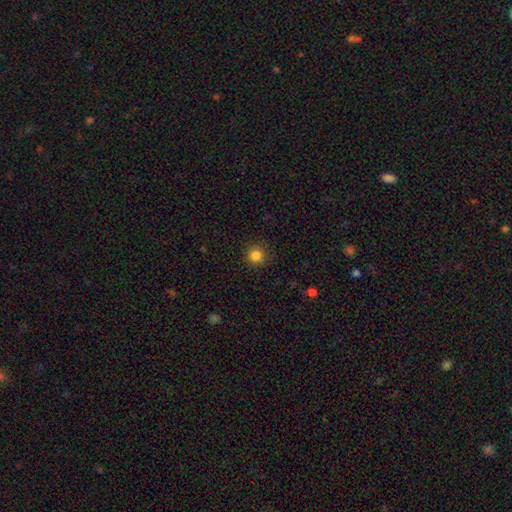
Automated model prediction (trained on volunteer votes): A smooth galaxy with no disk features (85%) that is round (94%). Merging: none (89%).